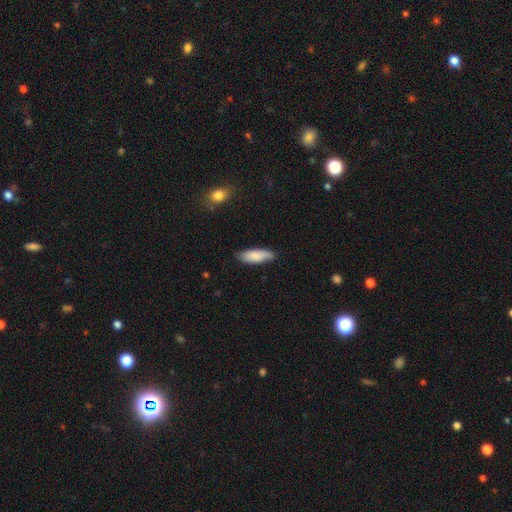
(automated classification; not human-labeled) A smooth galaxy with no disk features (79%) that is in between round and cigar-shaped (64%). Merging: none (73%).